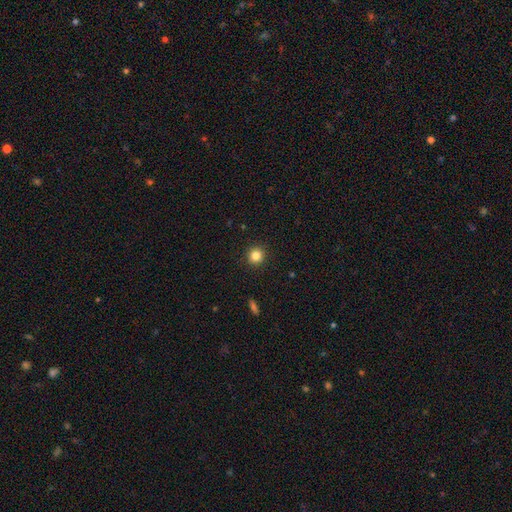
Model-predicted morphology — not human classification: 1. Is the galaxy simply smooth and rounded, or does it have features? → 83% smooth, 12% star or artifact, 5% featured or disk.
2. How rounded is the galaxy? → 93% round, 6% in between, 1% cigar-shaped.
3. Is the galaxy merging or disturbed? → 92% none, 5% minor disturbance, 2% major disturbance, 1% merger.